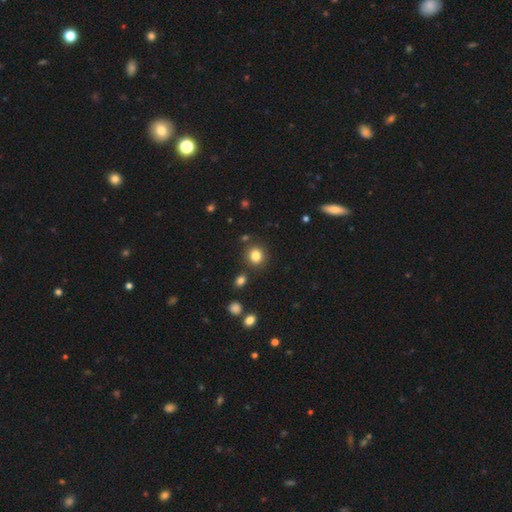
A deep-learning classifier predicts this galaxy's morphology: Smooth or featured?
  - smooth: 83% *
  - star or artifact: 12%
  - featured or disk: 6%
How rounded?
  - round: 82% *
  - in between: 17%
  - cigar-shaped: 1%
Merging?
  - none: 84% *
  - minor disturbance: 8%
  - merger: 5%
  - major disturbance: 3%